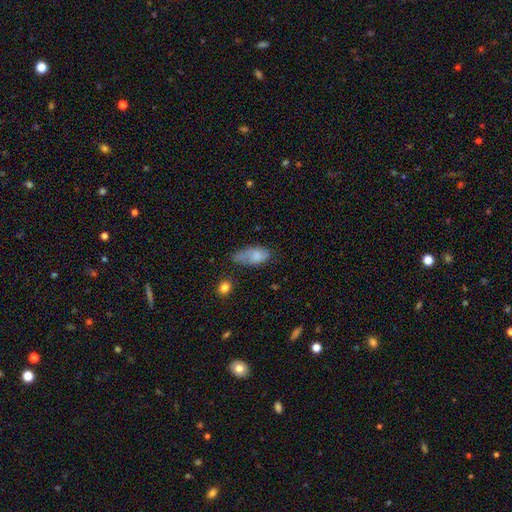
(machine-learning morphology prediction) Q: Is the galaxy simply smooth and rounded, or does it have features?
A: smooth — 76%.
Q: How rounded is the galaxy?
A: in between — 88%.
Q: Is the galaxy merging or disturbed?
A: minor disturbance — 39%.